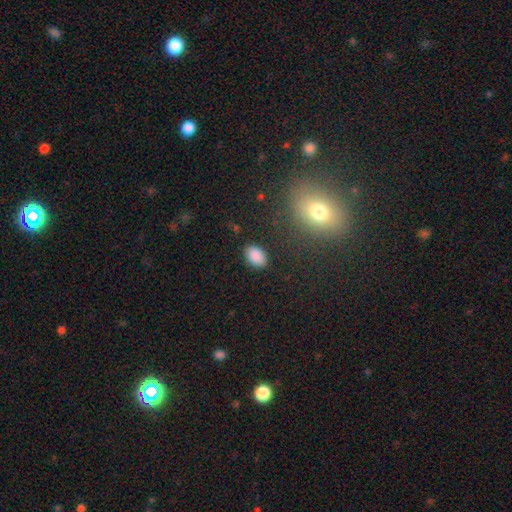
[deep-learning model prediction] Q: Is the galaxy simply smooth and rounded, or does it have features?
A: smooth — 87%.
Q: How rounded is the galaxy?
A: in between — 87%.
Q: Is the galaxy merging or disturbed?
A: none — 85%.